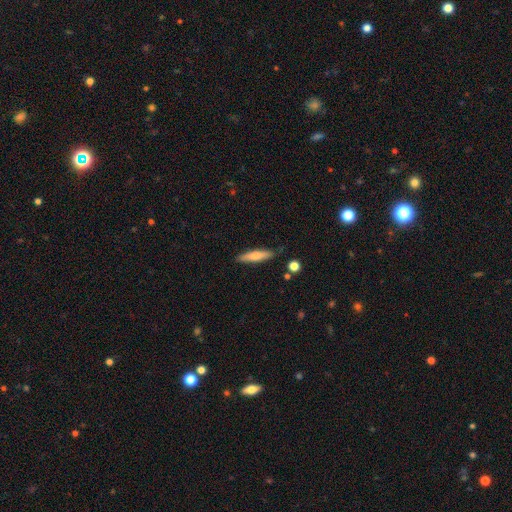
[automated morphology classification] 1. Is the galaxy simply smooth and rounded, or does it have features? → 65% smooth, 29% featured or disk, 6% star or artifact.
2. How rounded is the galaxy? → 82% cigar-shaped, 17% in between, 2% round.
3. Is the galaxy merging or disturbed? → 83% none, 13% minor disturbance, 2% major disturbance, 2% merger.